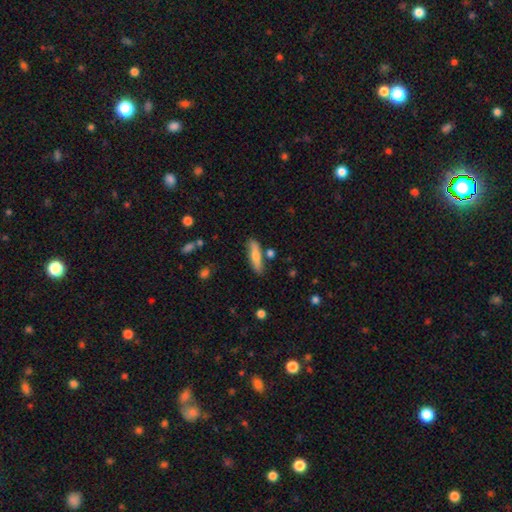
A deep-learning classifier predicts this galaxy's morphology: smooth 64%, featured or disk 30%, star or artifact 6%. Down the decision tree: how rounded — cigar-shaped (73%); merging — none (78%).